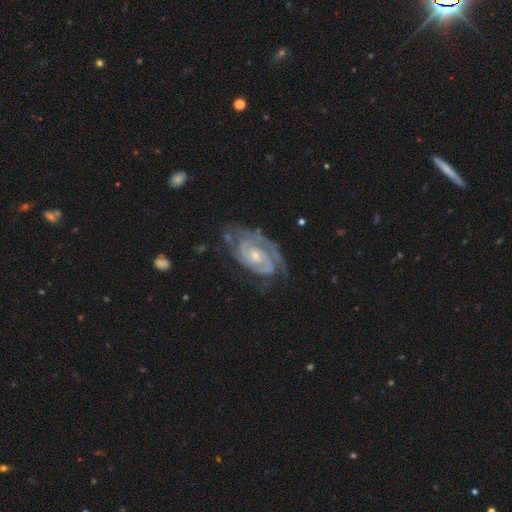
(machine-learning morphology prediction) The model was most divided on "bulge size": small: 56%, moderate: 39%, none: 3%, large: 2%, dominant: 1%. More confident: spiral arms — yes (97%); edge-on disk — no (97%); smooth or featured — featured or disk (90%); spiral winding — tight (69%); merging — none (67%); spiral arm count — 2 (64%); bar — no (59%).